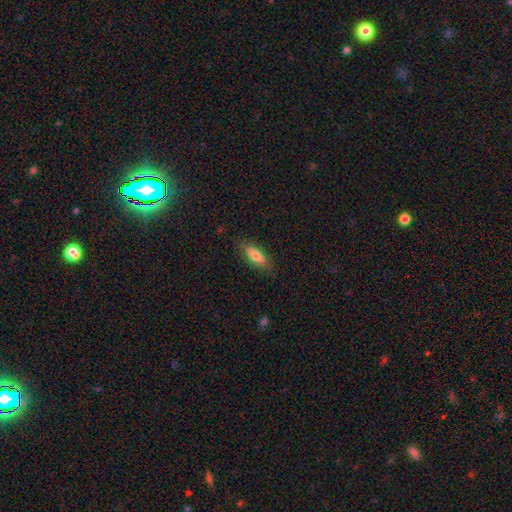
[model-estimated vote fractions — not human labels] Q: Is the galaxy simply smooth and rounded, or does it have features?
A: smooth — 73%.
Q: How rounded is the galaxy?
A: in between — 72%.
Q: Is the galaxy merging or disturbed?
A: none — 82%.